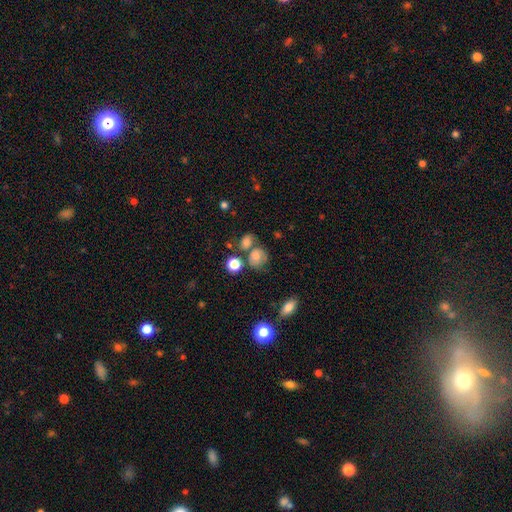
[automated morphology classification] Q: Smooth or featured?
A: smooth (69%); runner-up: featured or disk (16%)
Q: How rounded?
A: round (65%); runner-up: in between (34%)
Q: Merging?
A: none (50%); runner-up: merger (24%)